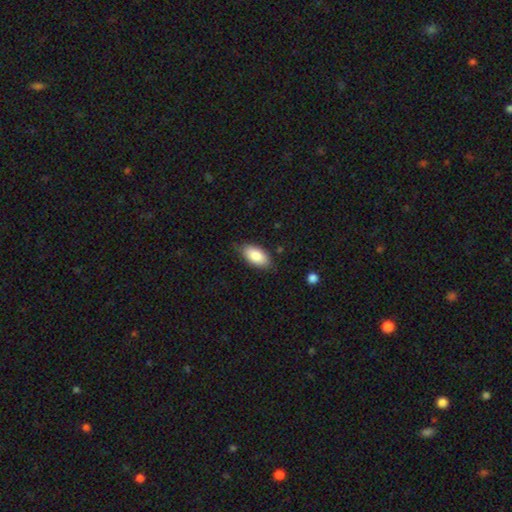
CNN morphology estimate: Smooth or featured?
  - smooth: 85% *
  - featured or disk: 9%
  - star or artifact: 6%
How rounded?
  - in between: 93% *
  - cigar-shaped: 5%
  - round: 3%
Merging?
  - none: 77% *
  - minor disturbance: 18%
  - major disturbance: 3%
  - merger: 1%